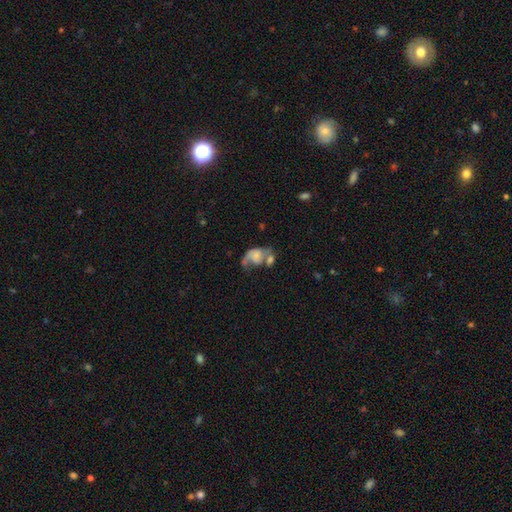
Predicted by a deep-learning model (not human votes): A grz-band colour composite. It shows a featured or disk galaxy (49%). Merging: merger (38%).